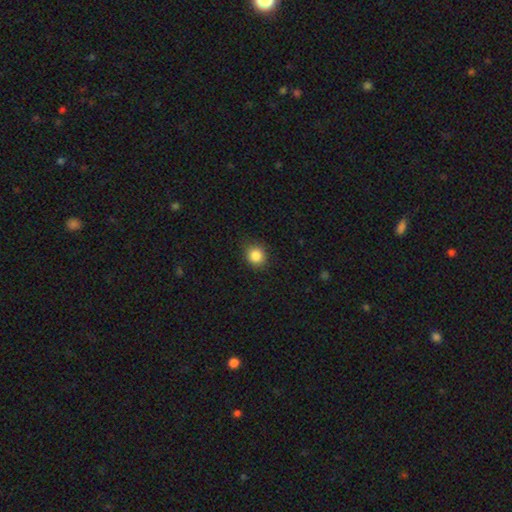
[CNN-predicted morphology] This is clearly a smooth galaxy (86%). How rounded: clearly round (83%). Merging: clearly none (85%).